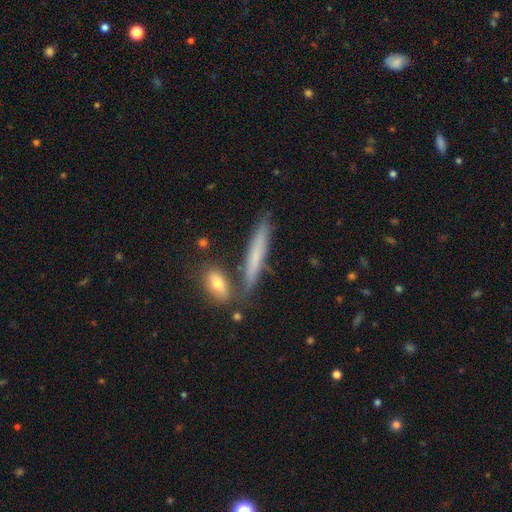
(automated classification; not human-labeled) A smooth galaxy with no disk features (64%) that is cigar-shaped (90%).

Vote fractions:
- Smooth or featured? smooth: 64% / featured or disk: 29% / star or artifact: 7%
- How rounded? cigar-shaped: 90% / in between: 8% / round: 2%
- Merging? none: 76% / minor disturbance: 12% / merger: 9% / major disturbance: 3%